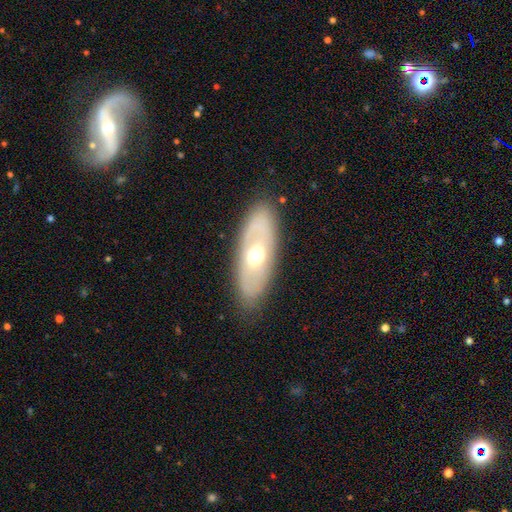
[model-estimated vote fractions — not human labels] Smooth or featured? Predicted: featured or disk (p=0.52). Edge-on disk? Predicted: no (p=0.78). Merging? Predicted: none (p=0.83).